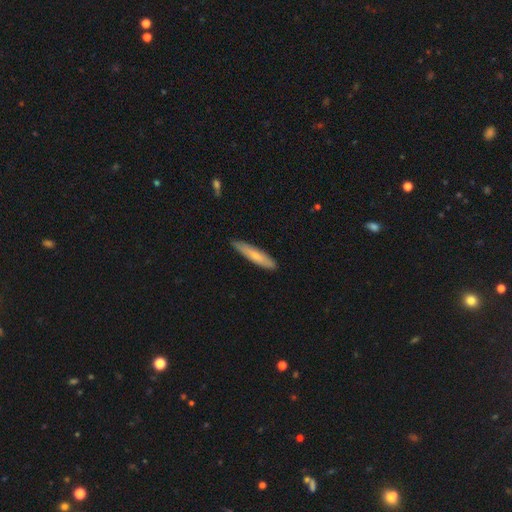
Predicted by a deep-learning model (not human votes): Overall: smooth (66%; featured or disk 29%). How rounded: cigar-shaped (86%). Merging: none (84%).